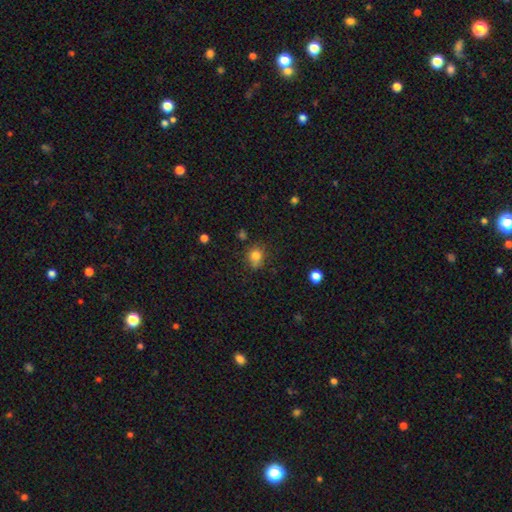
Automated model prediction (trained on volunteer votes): This appears to be a smooth galaxy with no disk features (79%) that is round (74%). Merging: none (64%).